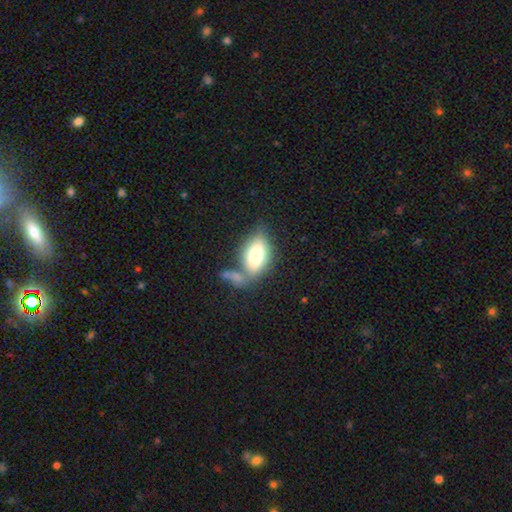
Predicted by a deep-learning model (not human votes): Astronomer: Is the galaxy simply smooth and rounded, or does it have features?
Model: smooth — 68%.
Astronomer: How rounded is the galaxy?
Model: in between — 86%.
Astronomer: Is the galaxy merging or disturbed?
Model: none — 45% (runner-up: merger, 25%).